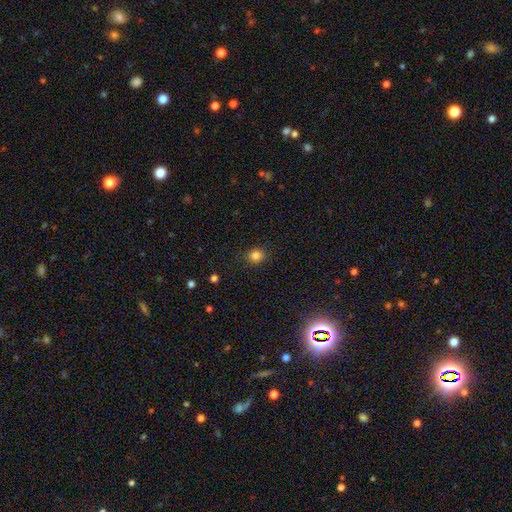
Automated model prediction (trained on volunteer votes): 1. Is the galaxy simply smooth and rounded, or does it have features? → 82% smooth, 13% star or artifact, 5% featured or disk.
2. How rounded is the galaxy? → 68% round, 31% in between, 1% cigar-shaped.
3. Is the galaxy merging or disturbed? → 87% none, 10% minor disturbance, 3% major disturbance, 1% merger.